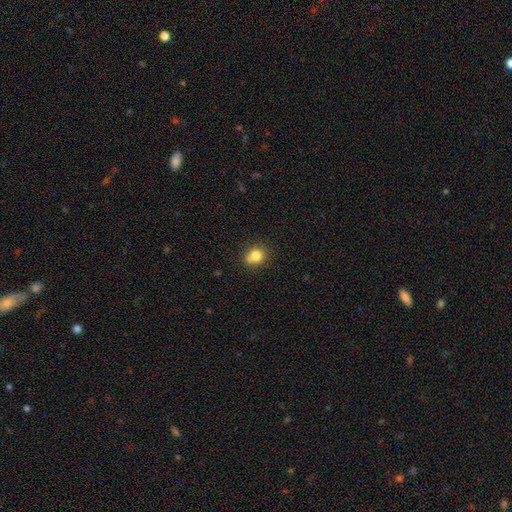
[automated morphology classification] A smooth galaxy with no disk features (80%) that is round (77%).

Vote fractions:
- Smooth or featured? smooth: 80% / star or artifact: 12% / featured or disk: 9%
- How rounded? round: 77% / in between: 22% / cigar-shaped: 1%
- Merging? none: 64% / merger: 16% / minor disturbance: 16% / major disturbance: 4%